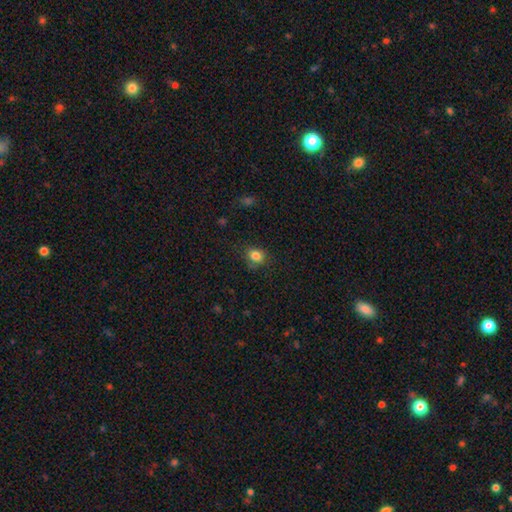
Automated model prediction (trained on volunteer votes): The model was most divided on "how rounded": round: 64%, in between: 35%, cigar-shaped: 1%. More confident: smooth or featured — smooth (83%); merging — none (77%).